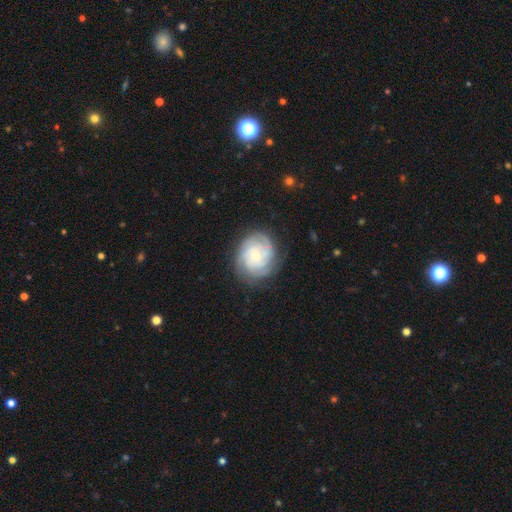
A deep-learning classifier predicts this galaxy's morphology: Smooth or featured?
  - featured or disk: 76% *
  - smooth: 18%
  - star or artifact: 6%
Edge-on disk?
  - no: 98% *
  - yes: 2%
Bar?
  - no: 79% *
  - weak: 18%
  - strong: 3%
Spiral arms?
  - yes: 93% *
  - no: 7%
Spiral winding?
  - tight: 74% *
  - medium: 21%
  - loose: 5%
Spiral arm count?
  - can't tell: 37% *
  - 3: 19%
  - 4: 18%
  - 2: 12%
  - more than 4: 7%
  - 1: 6%
Bulge size?
  - small: 66% *
  - moderate: 29%
  - large: 2%
  - none: 1%
  - dominant: 1%
Merging?
  - none: 77% *
  - minor disturbance: 16%
  - major disturbance: 6%
  - merger: 1%